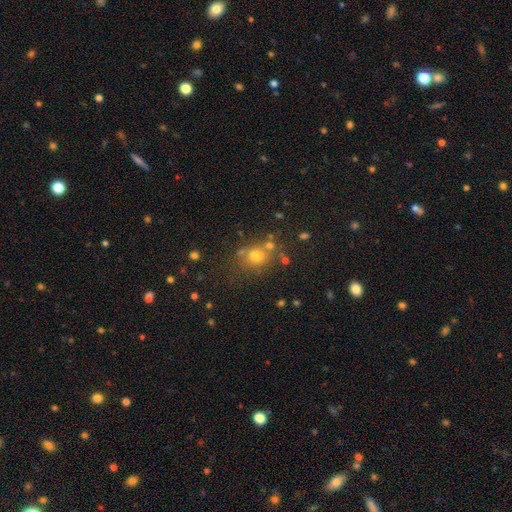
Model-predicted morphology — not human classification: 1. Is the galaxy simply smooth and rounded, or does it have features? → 66% smooth, 22% star or artifact, 12% featured or disk.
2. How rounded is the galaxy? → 70% round, 29% in between, 1% cigar-shaped.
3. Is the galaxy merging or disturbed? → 65% none, 15% merger, 14% minor disturbance, 6% major disturbance.